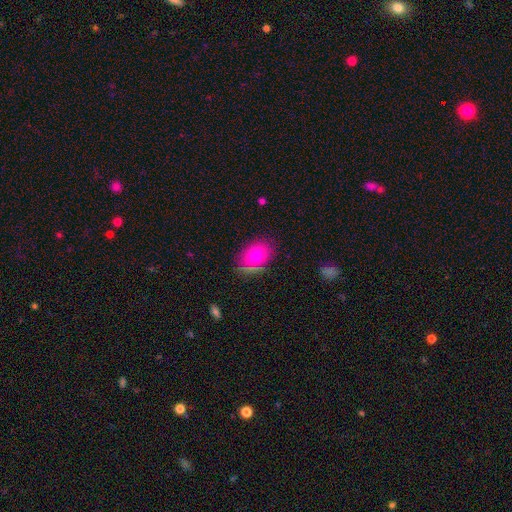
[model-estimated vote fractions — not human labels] A smooth galaxy with no disk features (70%) that is in between round and cigar-shaped (82%).

Vote fractions:
- Smooth or featured? smooth: 70% / featured or disk: 19% / star or artifact: 11%
- How rounded? in between: 82% / round: 17% / cigar-shaped: 2%
- Merging? none: 76% / minor disturbance: 17% / major disturbance: 4% / merger: 3%